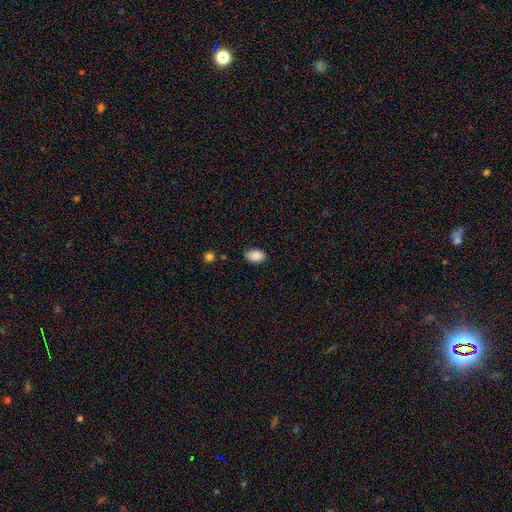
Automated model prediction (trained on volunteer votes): A smooth galaxy with no disk features (88%) that is in between round and cigar-shaped (91%). Merging: none (82%).